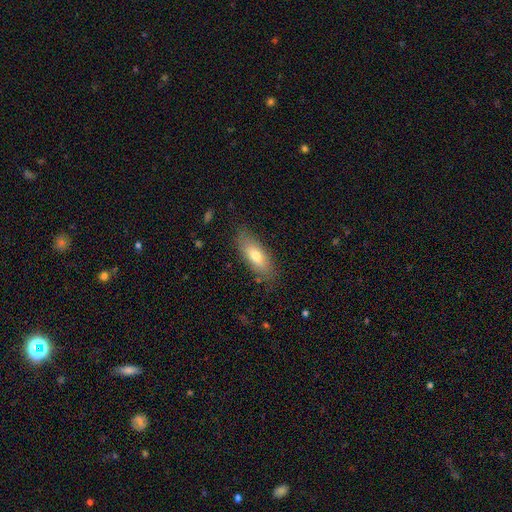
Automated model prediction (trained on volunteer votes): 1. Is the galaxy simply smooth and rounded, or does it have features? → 72% smooth, 21% featured or disk, 7% star or artifact.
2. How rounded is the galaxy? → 72% in between, 26% cigar-shaped, 2% round.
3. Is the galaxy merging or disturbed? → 80% none, 15% minor disturbance, 4% major disturbance, 1% merger.